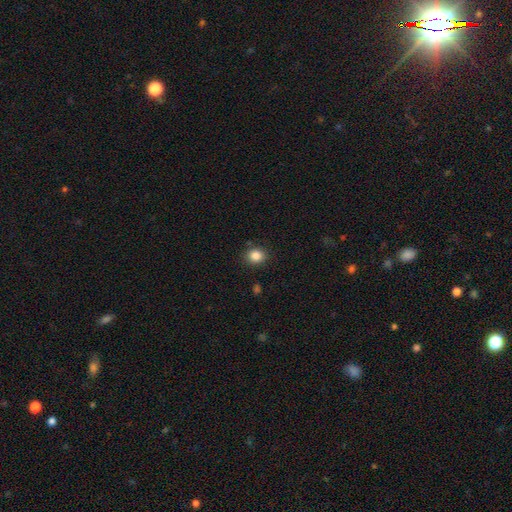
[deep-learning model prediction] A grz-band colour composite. It shows a smooth galaxy with no disk features (85%) that is round (73%). Merging: none (87%).